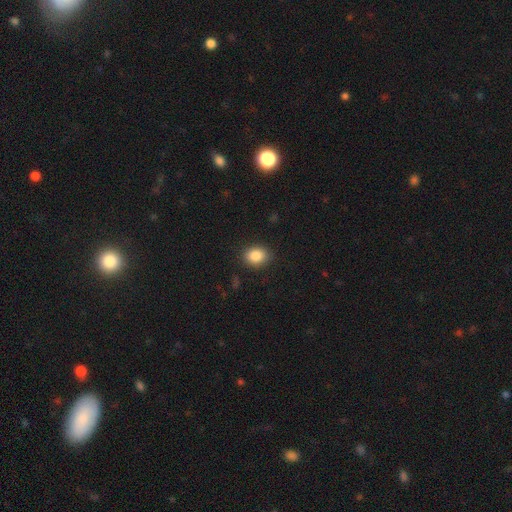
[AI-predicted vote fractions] This appears to be a smooth galaxy with no disk features (86%) that is in between round and cigar-shaped (53%). Merging: none (88%).